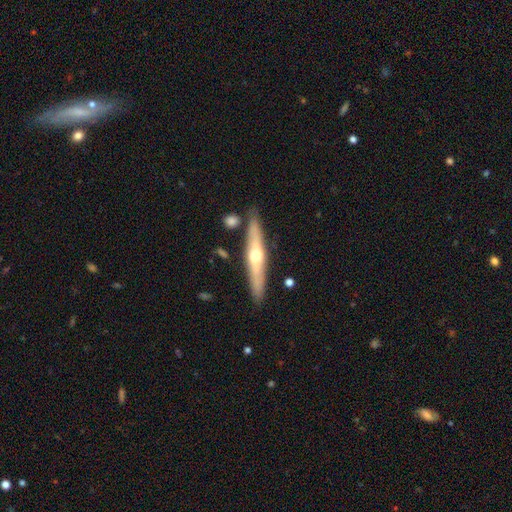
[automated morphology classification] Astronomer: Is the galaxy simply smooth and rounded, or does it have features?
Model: featured or disk — 59% (runner-up: smooth, 36%).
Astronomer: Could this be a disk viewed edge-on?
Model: yes — 93%.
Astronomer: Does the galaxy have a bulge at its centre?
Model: rounded — 90%.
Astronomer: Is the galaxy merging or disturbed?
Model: none — 85%.